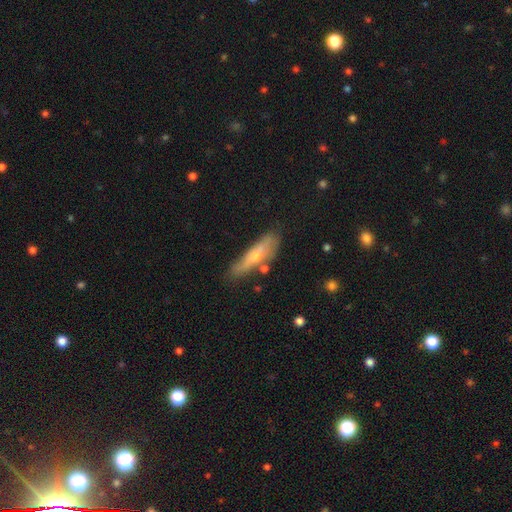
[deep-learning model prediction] This is possibly a smooth galaxy (51%). How rounded: likely cigar-shaped (68%). Merging: possibly none (58%).